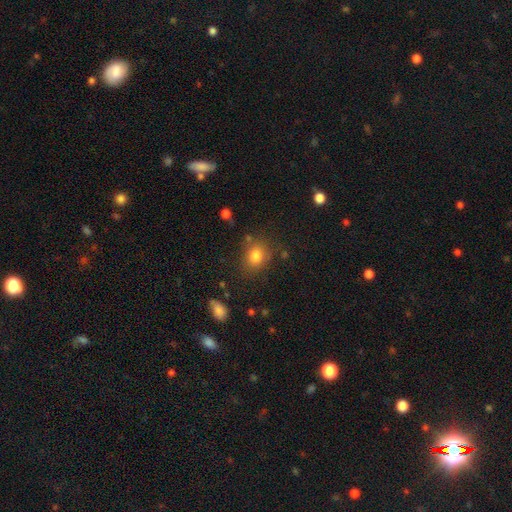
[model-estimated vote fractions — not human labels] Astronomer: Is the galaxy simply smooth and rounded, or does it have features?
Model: smooth — 81%.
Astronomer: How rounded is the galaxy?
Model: round — 60% (runner-up: in between, 39%).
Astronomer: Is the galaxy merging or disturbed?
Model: none — 77%.